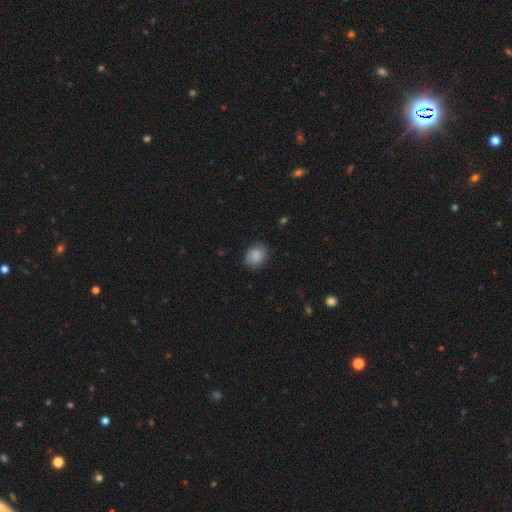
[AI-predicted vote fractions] smooth 85%, star or artifact 8%, featured or disk 8%. Down the decision tree: how rounded — round (62%); merging — none (77%).